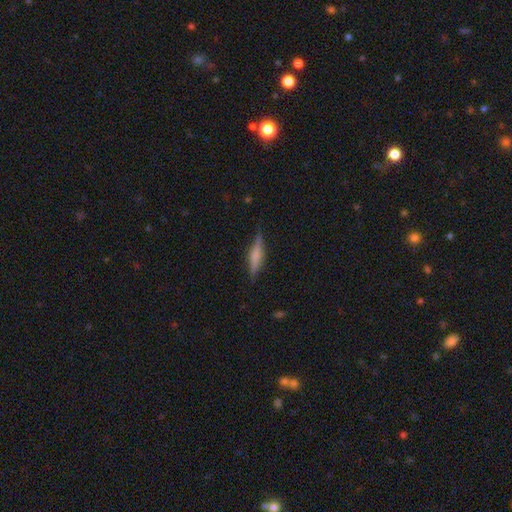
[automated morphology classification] Q: Smooth or featured?
A: featured or disk (50%); runner-up: smooth (42%)
Q: Edge-on disk?
A: yes (96%); runner-up: no (4%)
Q: Merging?
A: none (84%); runner-up: minor disturbance (12%)